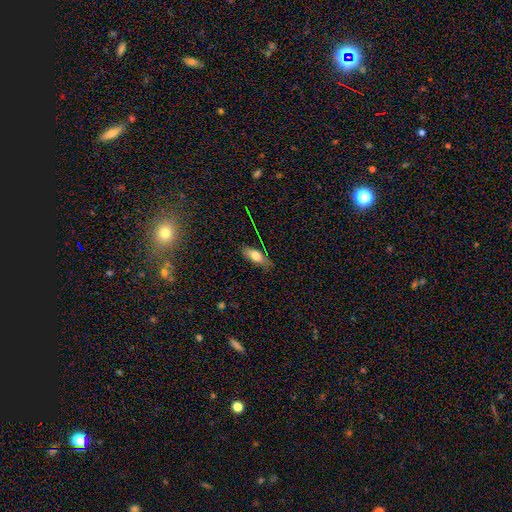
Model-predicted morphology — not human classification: Smooth or featured: smooth — 72% (featured or disk — 19%)
How rounded: in between — 73% (cigar-shaped — 23%)
Merging: none — 74% (minor disturbance — 20%)